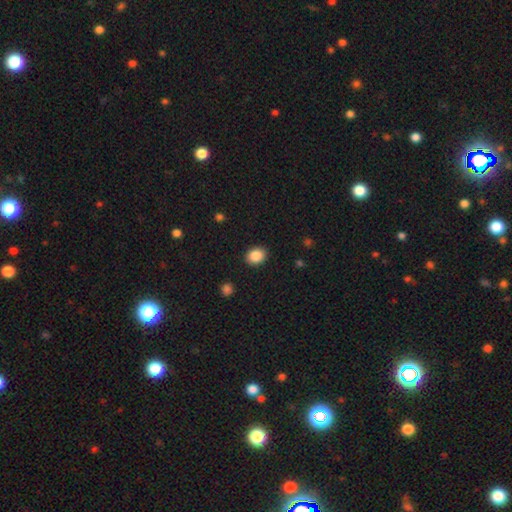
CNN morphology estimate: Smooth or featured: smooth — 88% (star or artifact — 8%)
How rounded: in between — 52% (round — 47%)
Merging: none — 89% (minor disturbance — 7%)